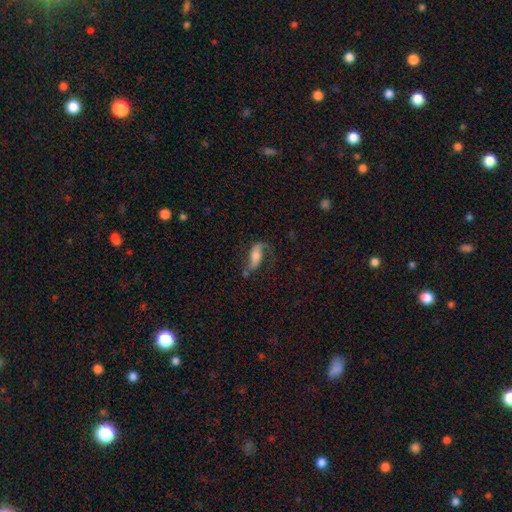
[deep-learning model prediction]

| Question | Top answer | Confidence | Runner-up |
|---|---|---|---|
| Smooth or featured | featured or disk | 66% | smooth (26%) |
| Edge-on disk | no | 87% | yes (13%) |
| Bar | no | 41% | weak (32%) |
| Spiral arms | yes | 89% | no (11%) |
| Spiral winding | loose | 71% | medium (22%) |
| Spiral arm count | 2 | 77% | 1 (16%) |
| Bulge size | moderate | 40% | small (26%) |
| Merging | none | 53% | major disturbance (22%) |